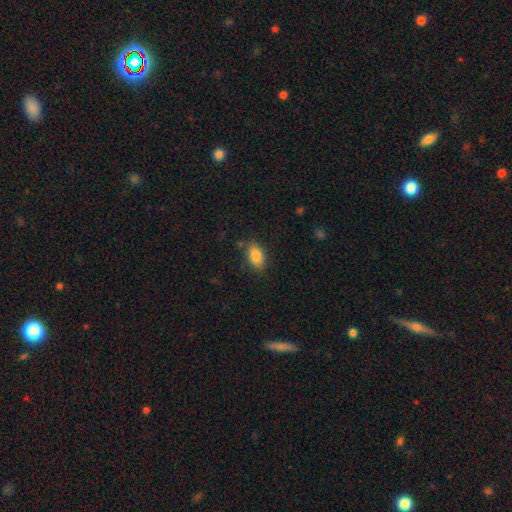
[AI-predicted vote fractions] A smooth galaxy with no disk features (85%) that is in between round and cigar-shaped (90%).

Vote fractions:
- Smooth or featured? smooth: 85% / star or artifact: 8% / featured or disk: 7%
- How rounded? in between: 90% / round: 6% / cigar-shaped: 4%
- Merging? none: 80% / minor disturbance: 14% / major disturbance: 3% / merger: 3%